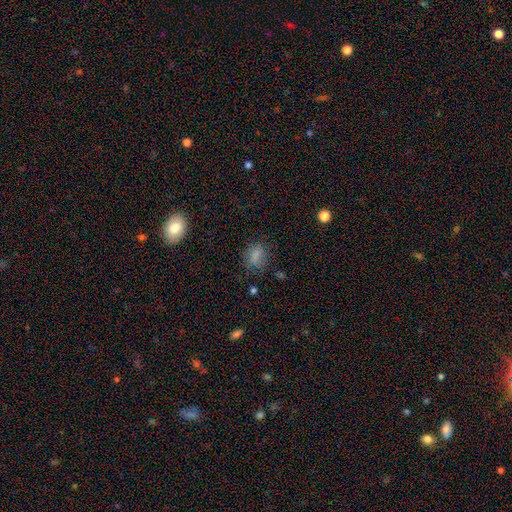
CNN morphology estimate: This appears to be a smooth galaxy with no disk features (79%) that is in between round and cigar-shaped (54%). Merging: none (69%).